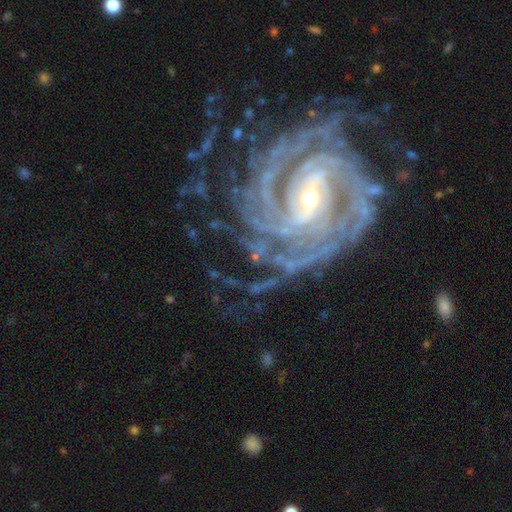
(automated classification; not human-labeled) Morphology: type=featured or disk (89%); edge-on=no (97%); bar=strong (41%); spiral arms=yes (97%); winding=tight (65%); arm count=can't tell (20%); bulge=small (55%); merging=none (63%).